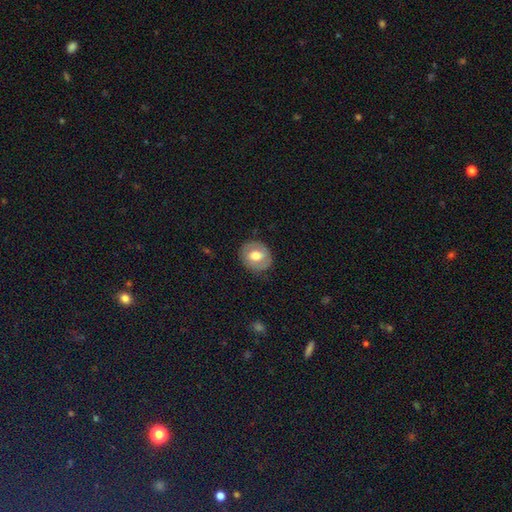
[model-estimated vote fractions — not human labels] This appears to be a smooth galaxy with no disk features (55%) that is round (66%). Merging: none (84%).